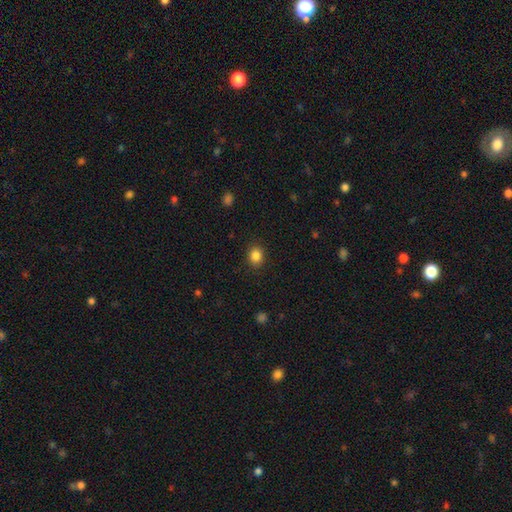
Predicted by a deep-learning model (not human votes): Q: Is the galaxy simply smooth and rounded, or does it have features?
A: smooth — 86%.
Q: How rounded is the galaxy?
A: round — 59%.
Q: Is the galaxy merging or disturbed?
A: none — 89%.